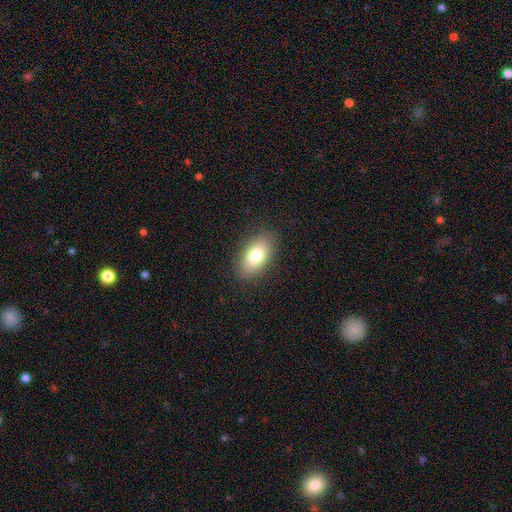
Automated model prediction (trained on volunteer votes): This is likely a smooth galaxy (78%). How rounded: clearly in between (90%). Merging: clearly none (87%).